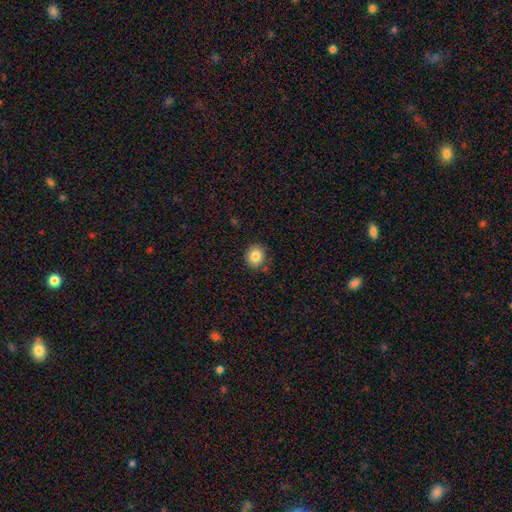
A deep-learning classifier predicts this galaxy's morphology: type=smooth (84%); roundness=round (81%); merging=none (85%).